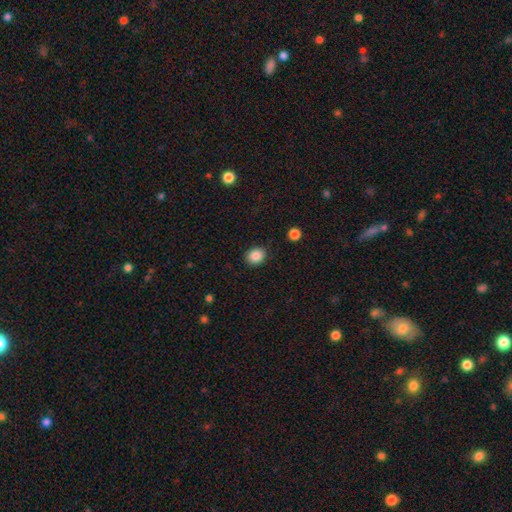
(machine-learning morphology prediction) This appears to be a smooth galaxy with no disk features (87%) that is round (63%). Merging: none (88%).